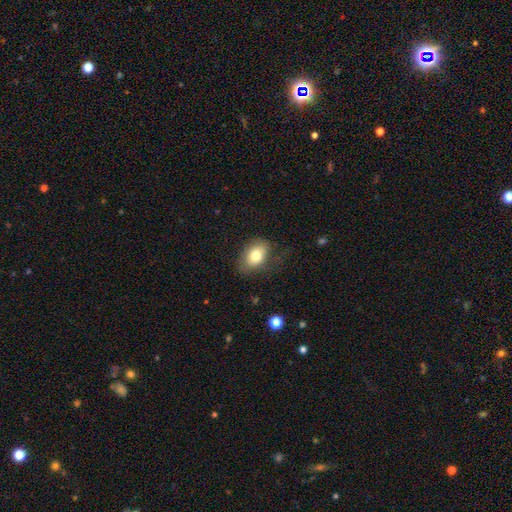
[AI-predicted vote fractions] smooth_or_featured: smooth (p=0.78) [alt: featured or disk p=0.14]
how_rounded: in between (p=0.84) [alt: round p=0.15]
merging: none (p=0.68) [alt: minor disturbance p=0.21]